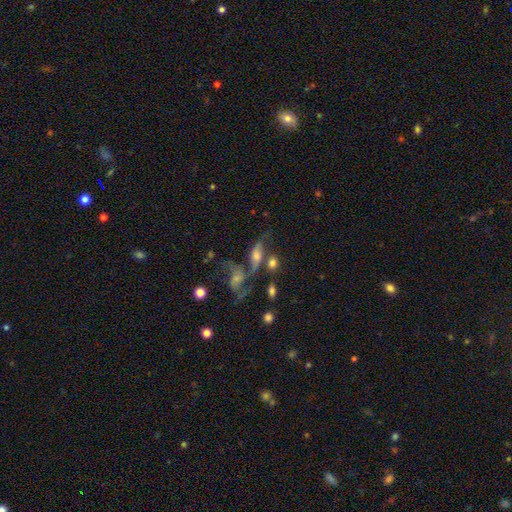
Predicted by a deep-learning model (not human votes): Smooth or featured? featured or disk (61%)
Edge-on disk? no (89%)
Bar? no (58%)
Spiral arms? yes (82%)
Bulge size? moderate (40%)
Merging? merger (36%)